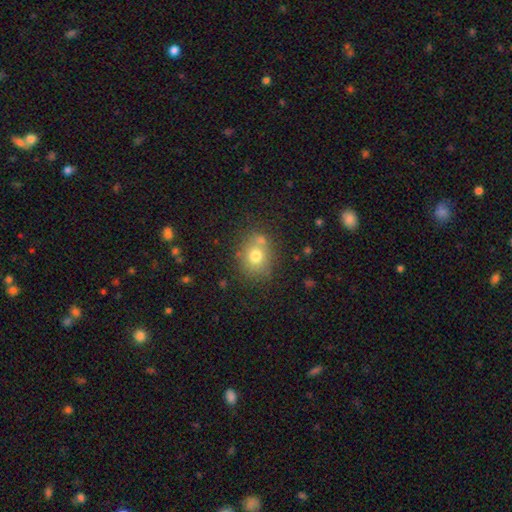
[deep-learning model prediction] smooth_or_featured: smooth (p=0.73) [alt: featured or disk p=0.14]
how_rounded: round (p=0.63) [alt: in between p=0.36]
merging: none (p=0.67) [alt: merger p=0.15]